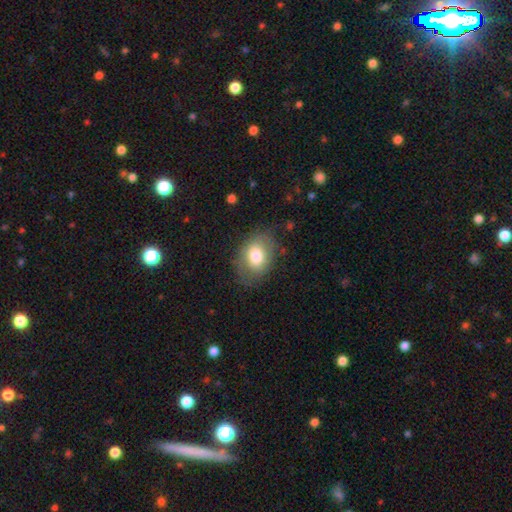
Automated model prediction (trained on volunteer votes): Morphology: type=smooth (74%); roundness=in between (73%); merging=none (74%).